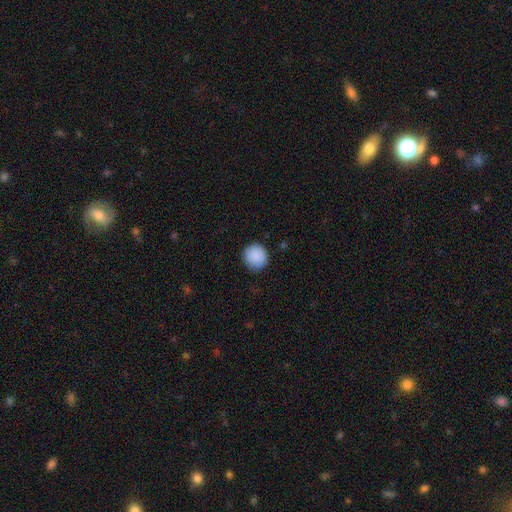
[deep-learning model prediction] Smooth or featured? Predicted: smooth (p=0.90). How rounded? Predicted: round (p=0.94). Merging? Predicted: none (p=0.89).